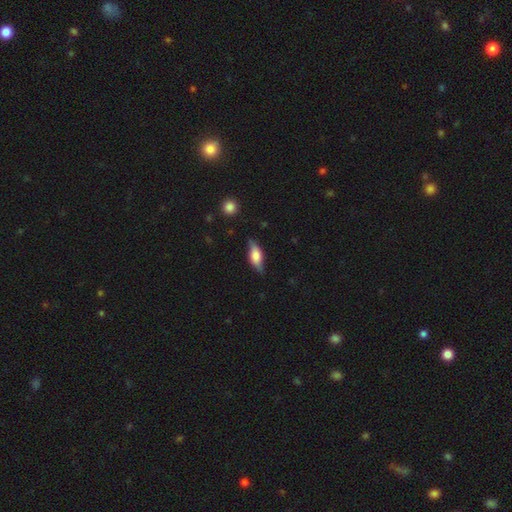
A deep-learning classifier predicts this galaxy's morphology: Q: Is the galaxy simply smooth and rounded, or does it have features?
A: smooth — 52%.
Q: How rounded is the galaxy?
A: in between — 73%.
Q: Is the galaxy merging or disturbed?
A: none — 74%.